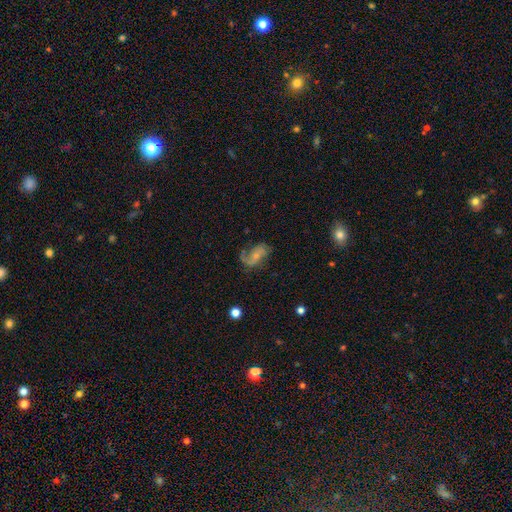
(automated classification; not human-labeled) smooth_or_featured: featured or disk (p=0.71) [alt: smooth p=0.21]
disk_edge_on: no (p=0.97) [alt: yes p=0.03]
bar: no (p=0.57) [alt: weak p=0.34]
has_spiral_arms: yes (p=0.90) [alt: no p=0.10]
spiral_winding: loose (p=0.57) [alt: medium p=0.33]
spiral_arm_count: 2 (p=0.61) [alt: 1 p=0.30]
bulge_size: small (p=0.60) [alt: moderate p=0.23]
merging: none (p=0.50) [alt: major disturbance p=0.25]